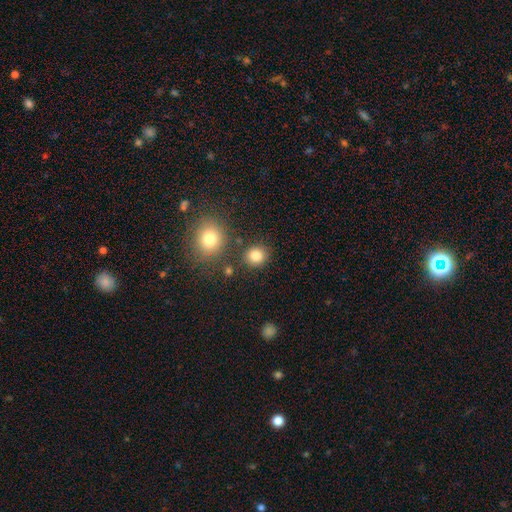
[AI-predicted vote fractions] Q: Smooth or featured?
A: smooth (83%); runner-up: star or artifact (12%)
Q: How rounded?
A: round (82%); runner-up: in between (17%)
Q: Merging?
A: none (83%); runner-up: minor disturbance (8%)